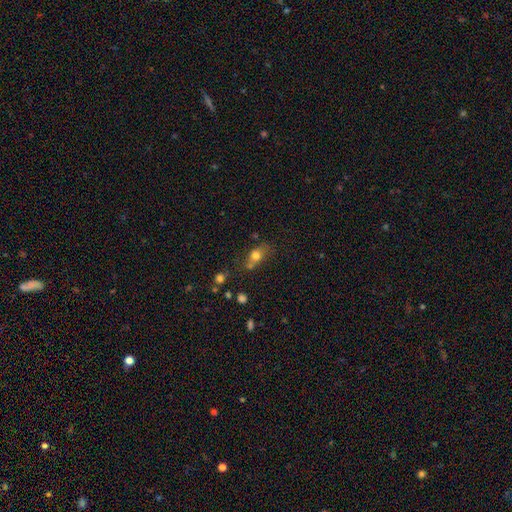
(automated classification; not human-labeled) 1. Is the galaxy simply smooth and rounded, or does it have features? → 74% smooth, 14% featured or disk, 13% star or artifact.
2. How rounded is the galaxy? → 56% in between, 41% round, 3% cigar-shaped.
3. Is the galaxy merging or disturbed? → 46% none, 25% merger, 20% minor disturbance, 9% major disturbance.